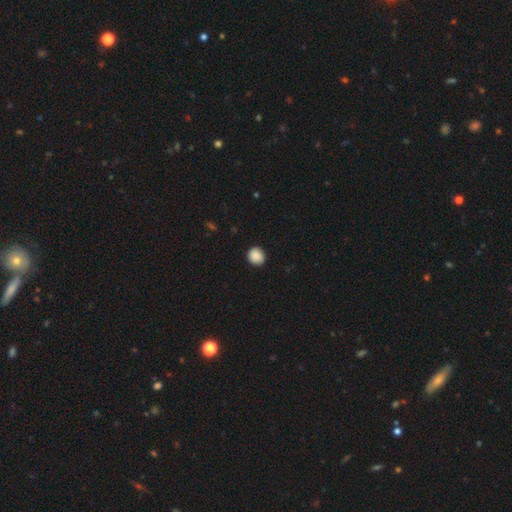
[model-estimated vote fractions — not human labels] This is clearly a smooth galaxy (89%). How rounded: clearly round (82%). Merging: clearly none (89%).